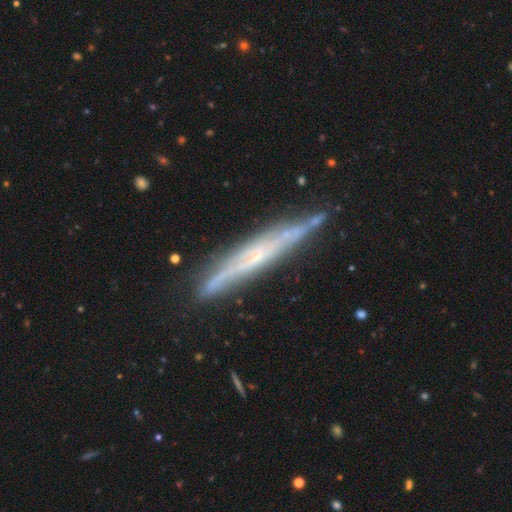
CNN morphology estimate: This appears to be a featured or disk galaxy (75%) viewed edge-on (88%) with no central bulge (57%). Merging: none (78%).